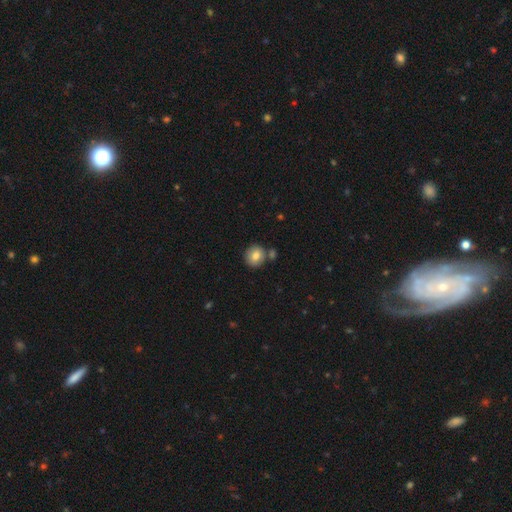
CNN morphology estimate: This is likely a smooth galaxy (80%). How rounded: clearly round (86%). Merging: likely none (73%).